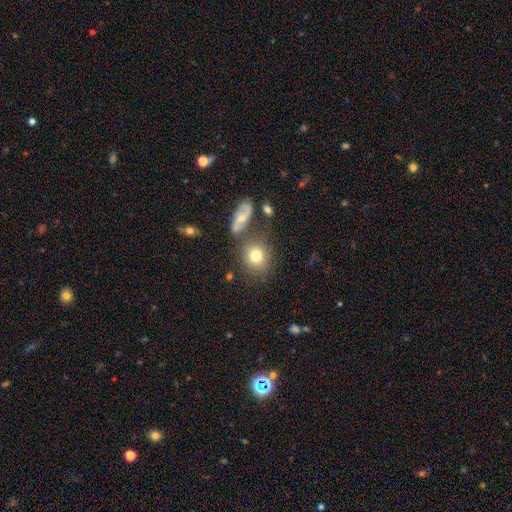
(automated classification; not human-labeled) This is likely a smooth galaxy (75%). How rounded: likely round (77%). Merging: likely none (70%).